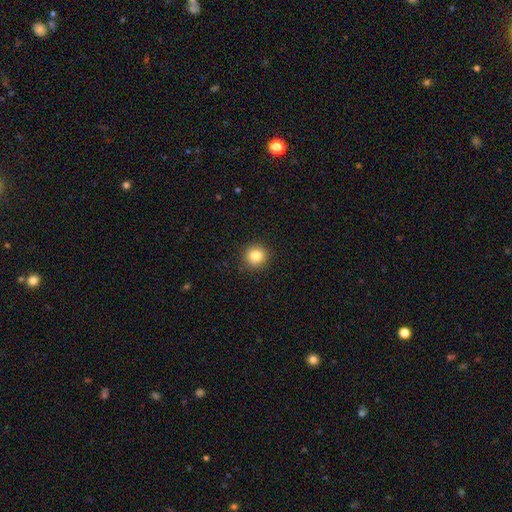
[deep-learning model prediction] smooth 84%, star or artifact 10%, featured or disk 6%. Down the decision tree: how rounded — round (92%); merging — none (90%).